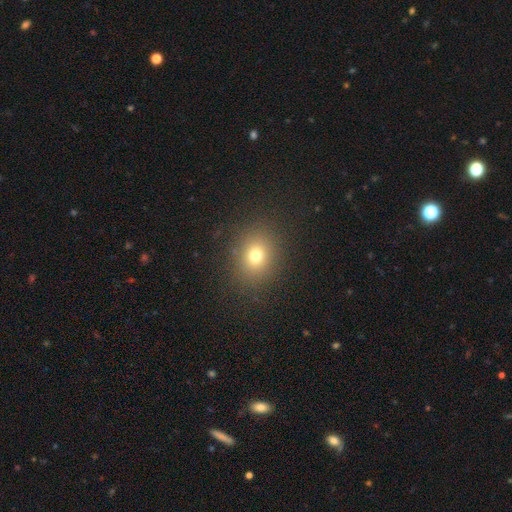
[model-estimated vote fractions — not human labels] Smooth or featured? Predicted: smooth (p=0.73). How rounded? Predicted: round (p=0.67). Merging? Predicted: none (p=0.86).